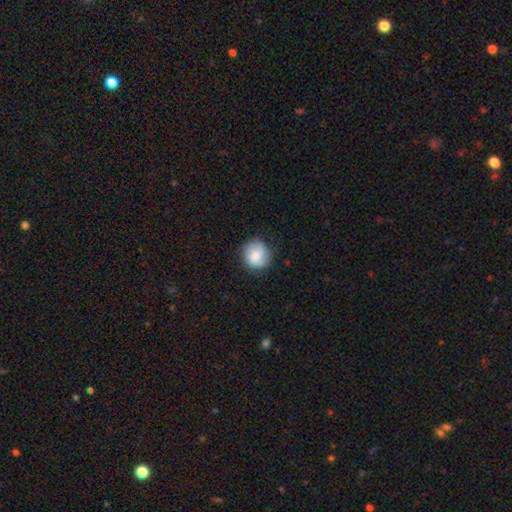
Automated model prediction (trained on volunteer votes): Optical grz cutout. It shows a smooth galaxy with no disk features (62%) that is round (89%). Merging: none (78%).